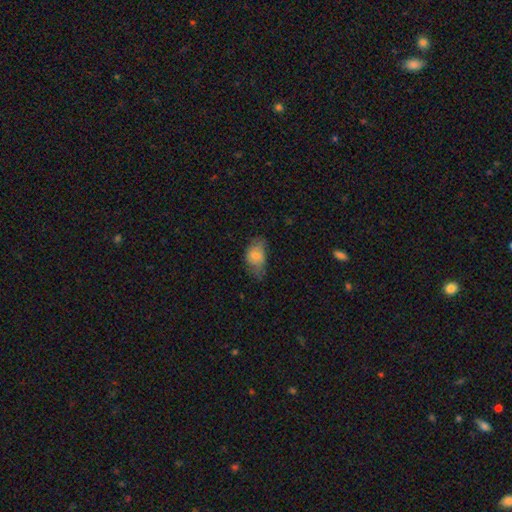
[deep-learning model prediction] smooth 71%, featured or disk 21%, star or artifact 8%. Down the decision tree: how rounded — in between (86%); merging — none (44%).